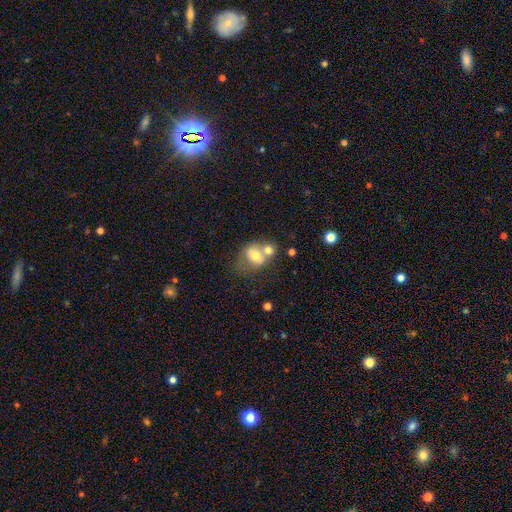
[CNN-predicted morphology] smooth 64%, featured or disk 26%, star or artifact 10%. Down the decision tree: how rounded — round (56%); merging — merger (55%).